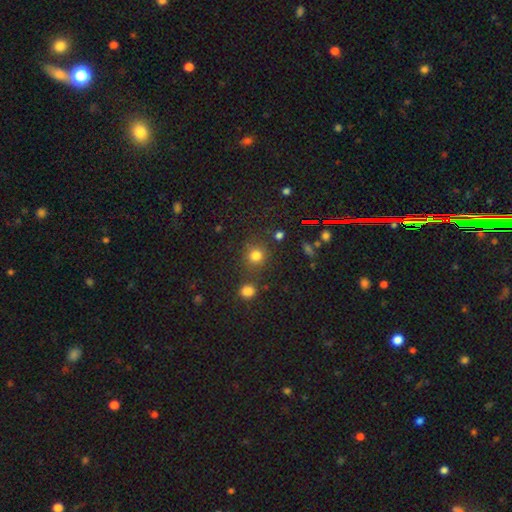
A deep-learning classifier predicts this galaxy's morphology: type=smooth (77%); roundness=round (87%); merging=none (76%).